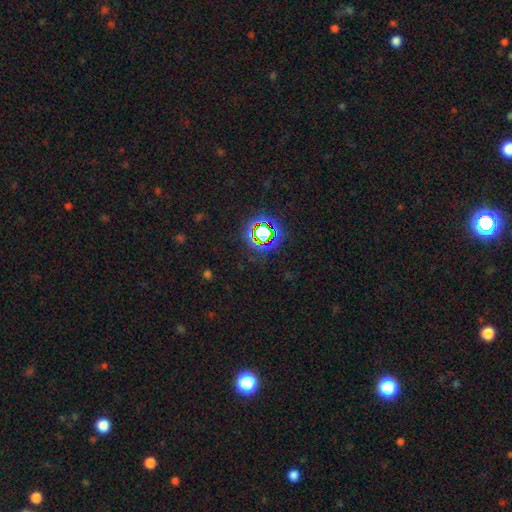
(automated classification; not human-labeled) Smooth or featured?
  - star or artifact: 74% *
  - smooth: 18%
  - featured or disk: 8%